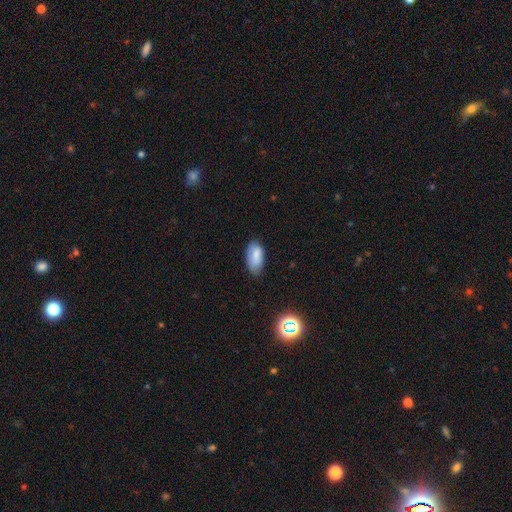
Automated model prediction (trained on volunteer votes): smooth 80%, featured or disk 12%, star or artifact 8%. Down the decision tree: how rounded — in between (93%); merging — none (64%).